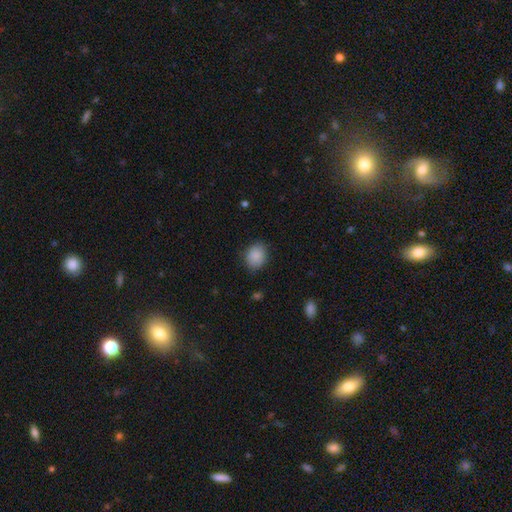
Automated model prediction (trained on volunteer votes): A smooth galaxy with no disk features (88%) that is round (53%). Merging: none (81%).